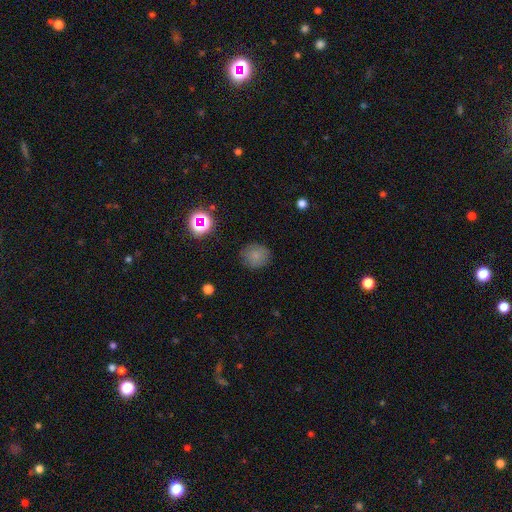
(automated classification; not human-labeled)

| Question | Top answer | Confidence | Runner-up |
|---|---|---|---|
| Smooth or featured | smooth | 78% | star or artifact (14%) |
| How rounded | round | 84% | in between (15%) |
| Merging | none | 84% | minor disturbance (11%) |